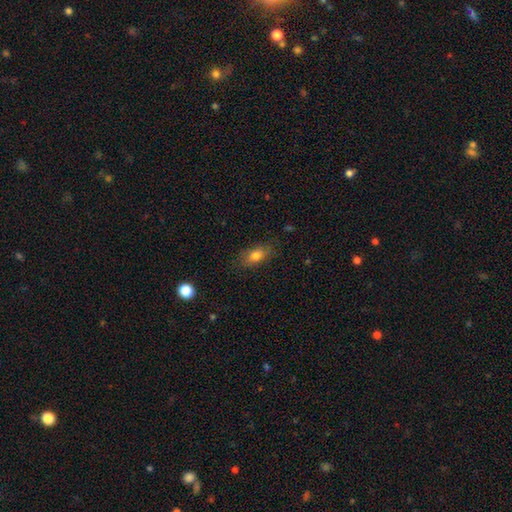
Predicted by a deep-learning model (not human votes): This is likely a smooth galaxy (78%). How rounded: clearly in between (83%). Merging: likely none (75%).